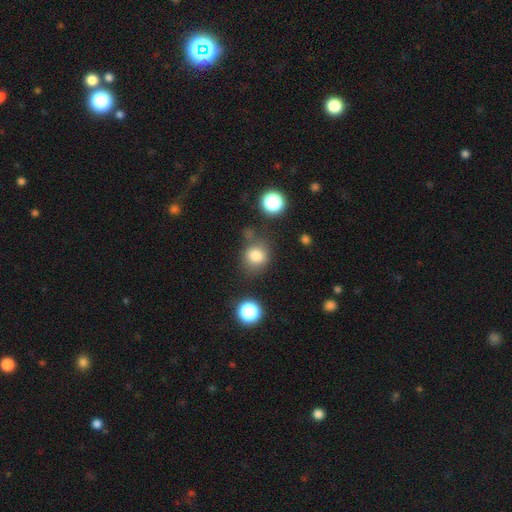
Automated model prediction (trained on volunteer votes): smooth_or_featured: smooth (p=0.81) [alt: star or artifact p=0.13]
how_rounded: round (p=0.77) [alt: in between p=0.22]
merging: none (p=0.70) [alt: minor disturbance p=0.15]